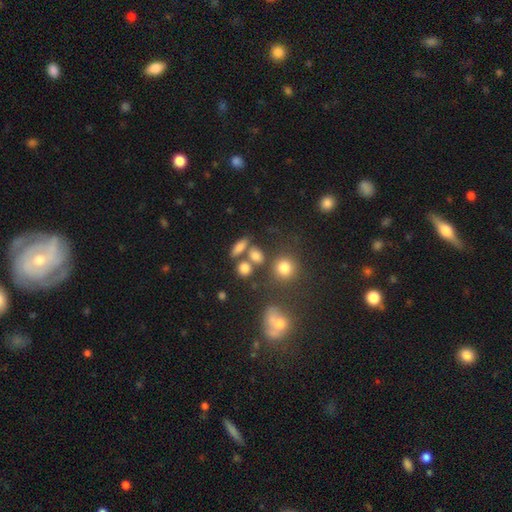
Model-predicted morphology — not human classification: This is likely a smooth galaxy (68%). How rounded: possibly in between (49%). Merging: possibly none (53%).